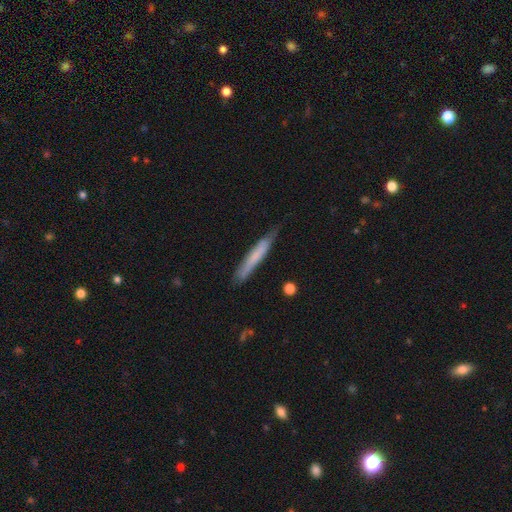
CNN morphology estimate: smooth-or-featured: smooth: 62% | featured or disk: 32% | star or artifact: 6%
  how-rounded: cigar-shaped: 95% | in between: 4% | round: 1%
  merging: none: 76% | minor disturbance: 19% | major disturbance: 3% | merger: 2%